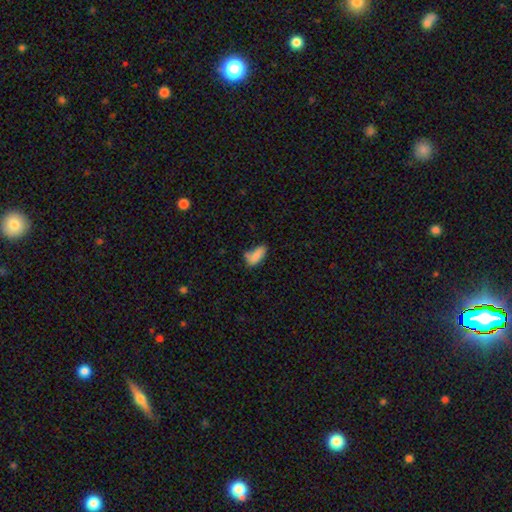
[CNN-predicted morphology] smooth-or-featured: smooth: 82% | star or artifact: 9% | featured or disk: 9%
  how-rounded: in between: 85% | cigar-shaped: 12% | round: 3%
  merging: none: 46% | minor disturbance: 29% | merger: 13% | major disturbance: 13%